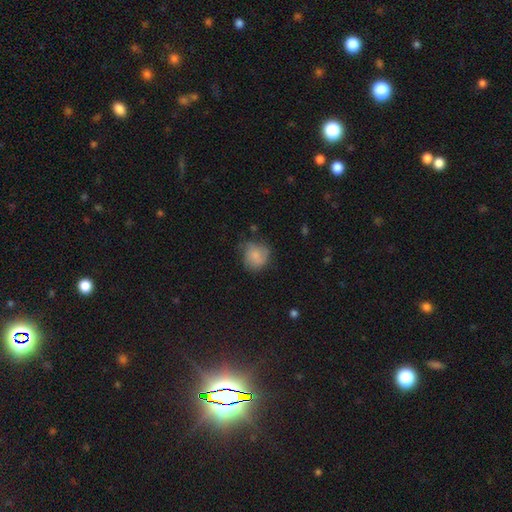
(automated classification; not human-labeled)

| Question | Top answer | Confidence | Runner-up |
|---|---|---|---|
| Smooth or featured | smooth | 73% | featured or disk (19%) |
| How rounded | round | 81% | in between (18%) |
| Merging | none | 57% | minor disturbance (30%) |